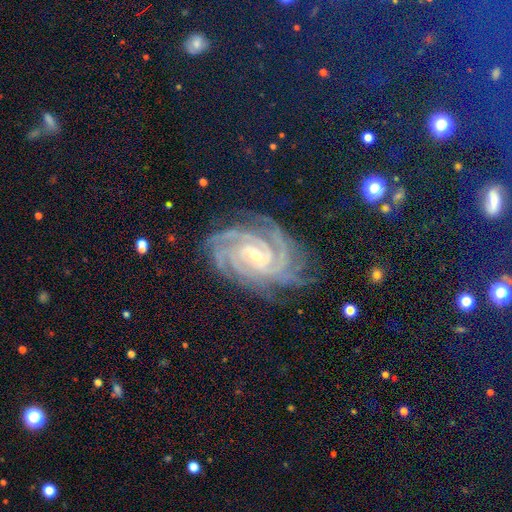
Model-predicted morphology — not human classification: smooth-or-featured: featured or disk: 90% | star or artifact: 7% | smooth: 3%
  disk-edge-on: no: 97% | yes: 3%
    bar: no: 41% | weak: 38% | strong: 21%
    has-spiral-arms: yes: 99% | no: 1%
      spiral-winding: tight: 82% | medium: 16% | loose: 2%
      spiral-arm-count: 4: 33% | 3: 19% | more than 4: 18% | can't tell: 13% | 2: 10% | 1: 8%
    bulge-size: small: 71% | moderate: 26% | large: 1% | none: 1% | dominant: 1%
  merging: none: 78% | minor disturbance: 16% | major disturbance: 5% | merger: 1%